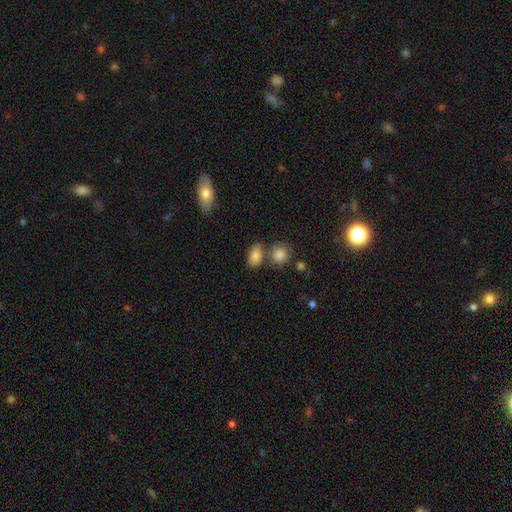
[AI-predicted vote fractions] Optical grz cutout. It shows a smooth galaxy with no disk features (83%) that is in between round and cigar-shaped (85%). Merging: none (62%).